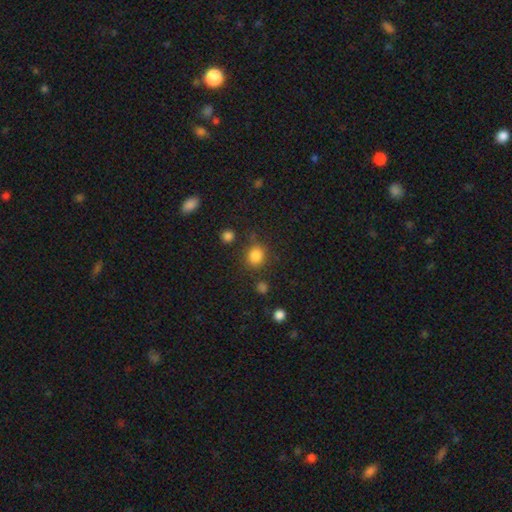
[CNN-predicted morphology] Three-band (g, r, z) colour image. It shows a smooth galaxy with no disk features (83%) that is round (80%). Merging: none (78%).